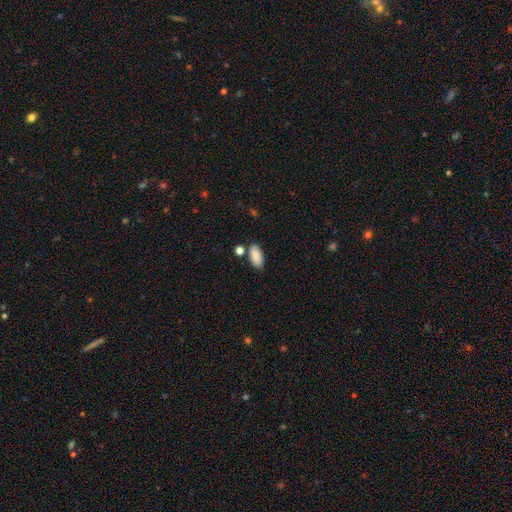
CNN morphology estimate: This appears to be a smooth galaxy with no disk features (88%) that is in between round and cigar-shaped (91%). Merging: none (77%).